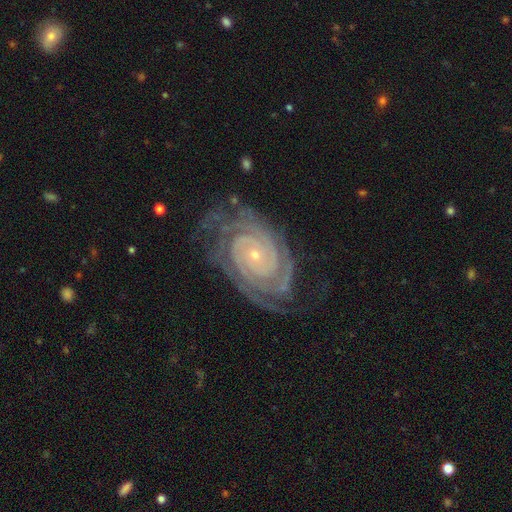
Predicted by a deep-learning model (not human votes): Q: Smooth or featured?
A: featured or disk (92%); runner-up: star or artifact (5%)
Q: Edge-on disk?
A: no (97%); runner-up: yes (3%)
Q: Bar?
A: no (78%); runner-up: weak (14%)
Q: Spiral arms?
A: yes (99%); runner-up: no (1%)
Q: Spiral winding?
A: tight (85%); runner-up: medium (13%)
Q: Spiral arm count?
A: 2 (35%); runner-up: 3 (19%)
Q: Bulge size?
A: small (83%); runner-up: moderate (14%)
Q: Merging?
A: none (73%); runner-up: minor disturbance (18%)